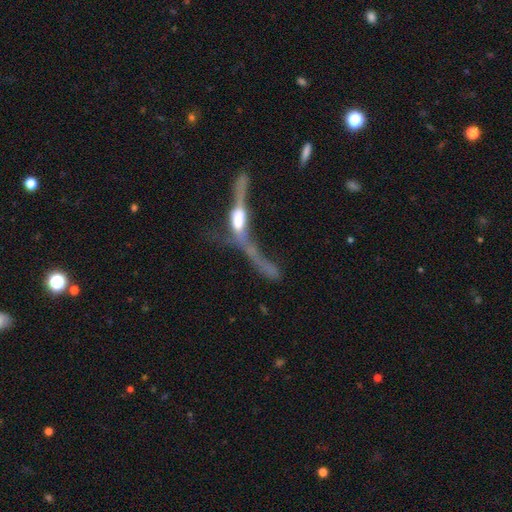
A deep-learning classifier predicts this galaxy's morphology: Smooth or featured?
  - featured or disk: 66% *
  - smooth: 20%
  - star or artifact: 15%
Edge-on disk?
  - yes: 71% *
  - no: 29%
Merging?
  - major disturbance: 34% *
  - merger: 30%
  - none: 24%
  - minor disturbance: 12%